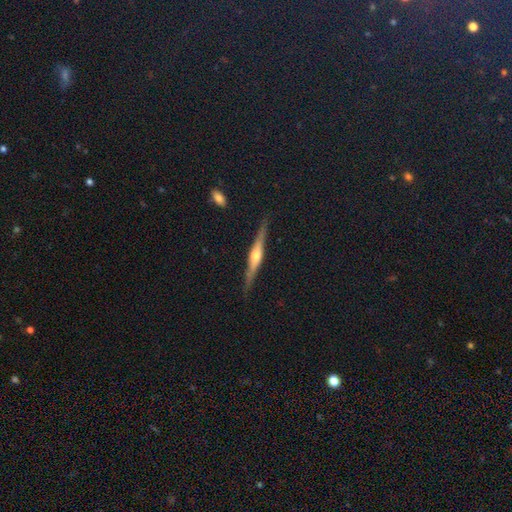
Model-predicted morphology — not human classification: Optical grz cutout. It shows a featured or disk galaxy (73%) viewed edge-on (97%) with a rounded central bulge (88%). Merging: none (87%).